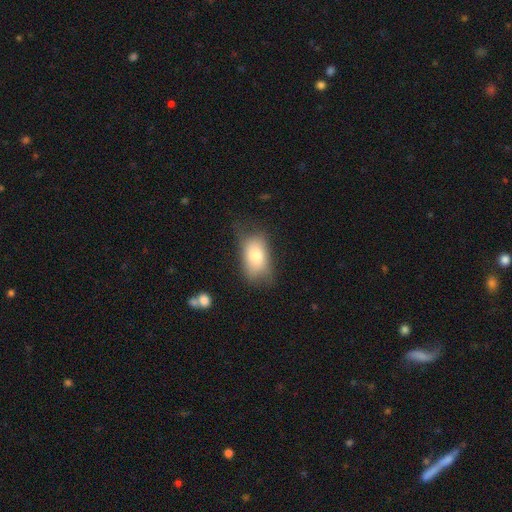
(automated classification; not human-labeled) smooth_or_featured: smooth (p=0.74) [alt: featured or disk p=0.17]
how_rounded: in between (p=0.89) [alt: round p=0.09]
merging: none (p=0.49) [alt: minor disturbance p=0.34]